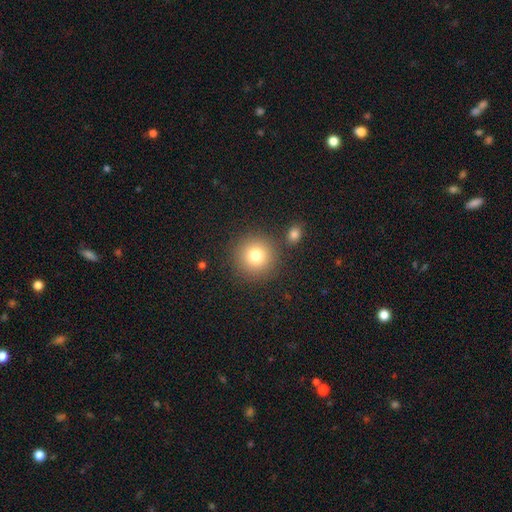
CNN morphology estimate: smooth 79%, star or artifact 12%, featured or disk 9%. Down the decision tree: how rounded — round (95%); merging — none (85%).